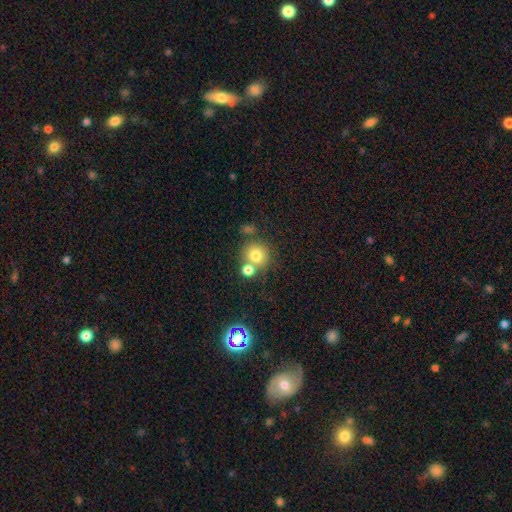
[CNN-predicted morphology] Overall: smooth (77%). How rounded: round (88%). Merging: none (56%; merger 31%).